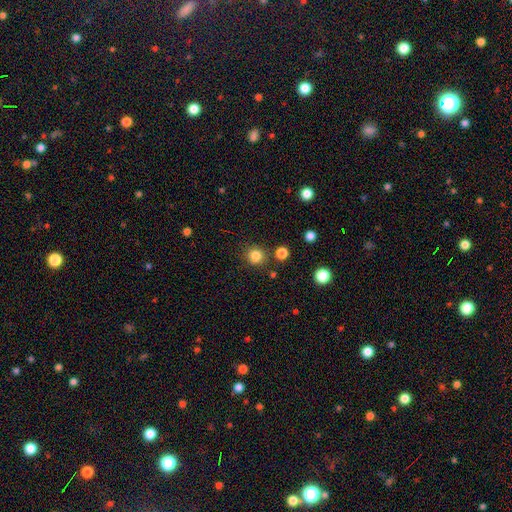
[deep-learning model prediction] The model was most divided on "smooth or featured": smooth: 82%, star or artifact: 13%, featured or disk: 5%. More confident: how rounded — round (88%); merging — none (80%).